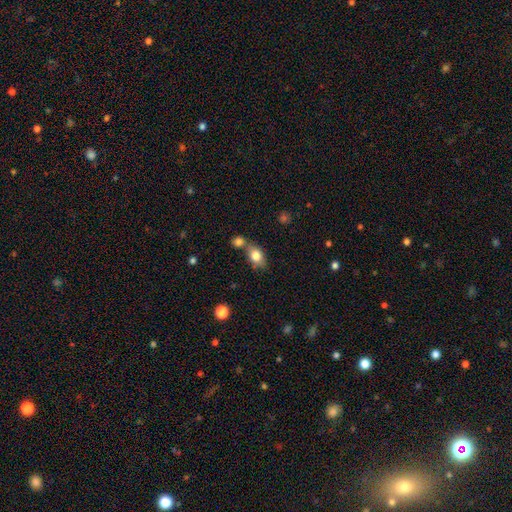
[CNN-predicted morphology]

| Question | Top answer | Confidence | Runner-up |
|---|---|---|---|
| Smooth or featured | smooth | 81% | featured or disk (11%) |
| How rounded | in between | 72% | round (26%) |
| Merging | none | 49% | merger (34%) |